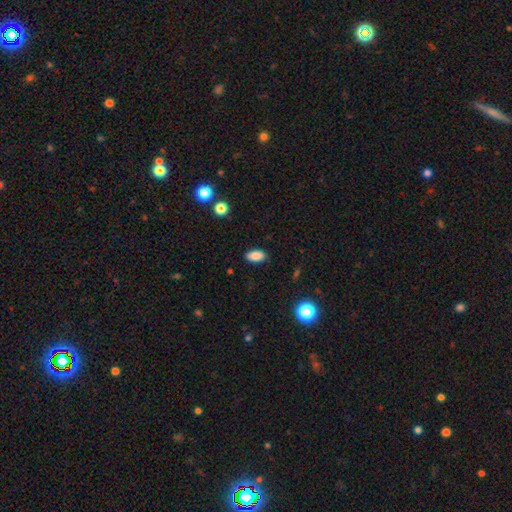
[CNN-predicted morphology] Overall: smooth (86%). How rounded: in between (92%). Merging: none (86%).